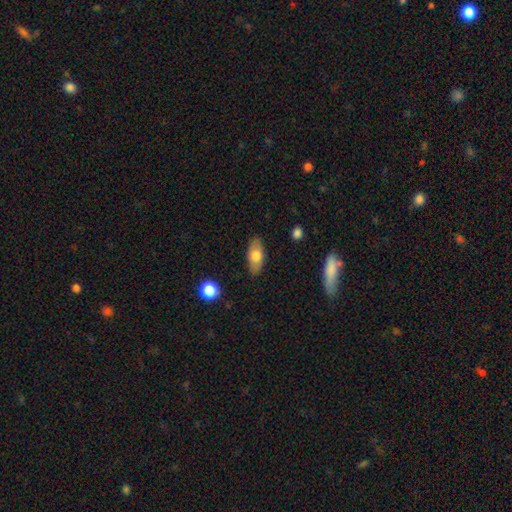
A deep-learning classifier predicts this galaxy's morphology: Overall: smooth (70%). How rounded: in between (87%). Merging: none (86%).